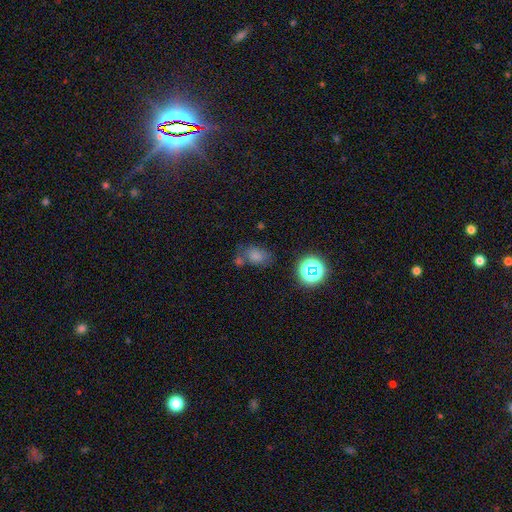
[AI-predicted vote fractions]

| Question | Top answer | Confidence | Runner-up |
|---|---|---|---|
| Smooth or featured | smooth | 70% | star or artifact (21%) |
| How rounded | in between | 71% | round (28%) |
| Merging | none | 53% | merger (20%) |